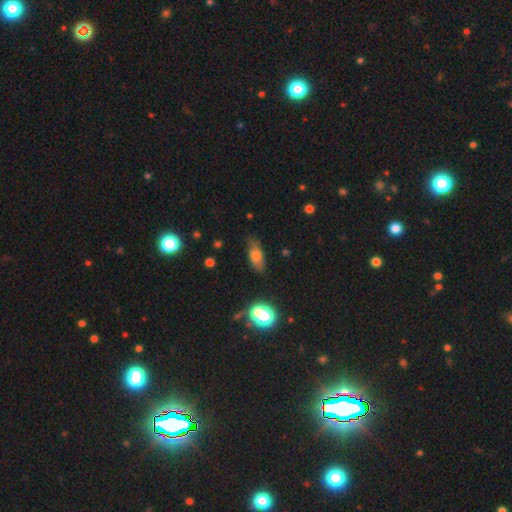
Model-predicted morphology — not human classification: A smooth galaxy with no disk features (65%) that is in between round and cigar-shaped (77%). Merging: none (73%).